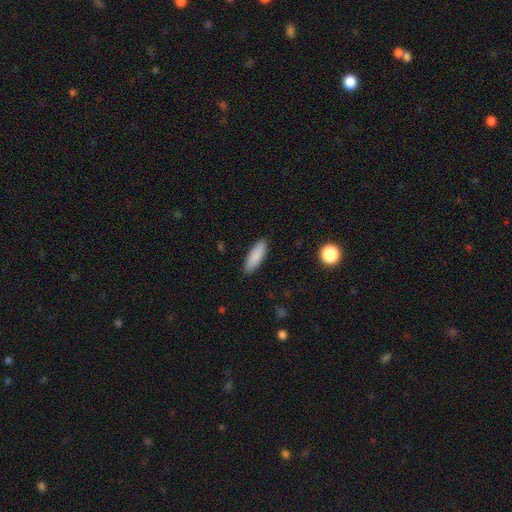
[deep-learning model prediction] The model was most divided on "how rounded": in between: 59%, cigar-shaped: 39%, round: 2%. More confident: merging — none (89%); smooth or featured — smooth (88%).